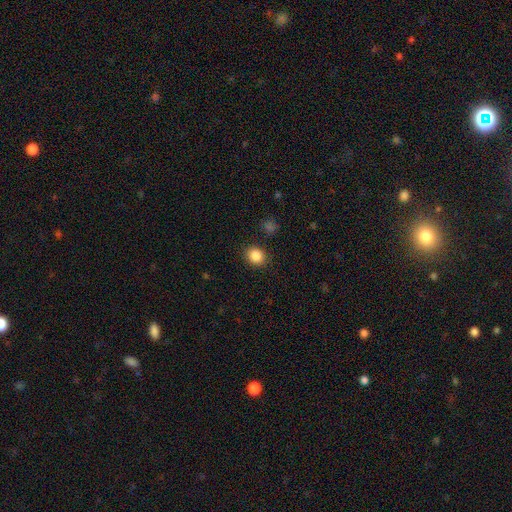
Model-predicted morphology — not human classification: The model was most divided on "how rounded": round: 73%, in between: 26%, cigar-shaped: 1%. More confident: merging — none (87%); smooth or featured — smooth (86%).